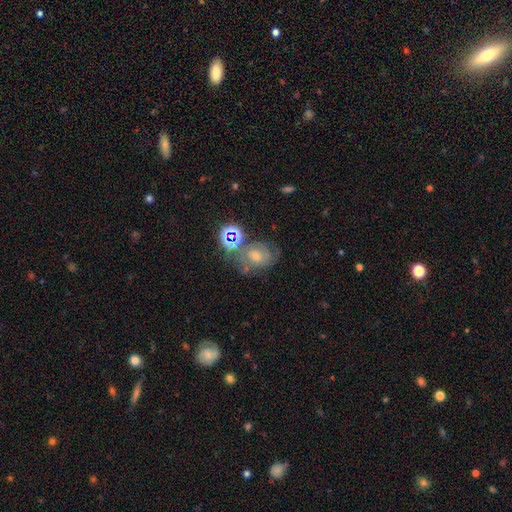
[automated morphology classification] A featured or disk galaxy (43%).

Vote fractions:
- Smooth or featured? featured or disk: 43% / smooth: 33% / star or artifact: 24%
- Merging? none: 48% / minor disturbance: 21% / major disturbance: 16% / merger: 15%